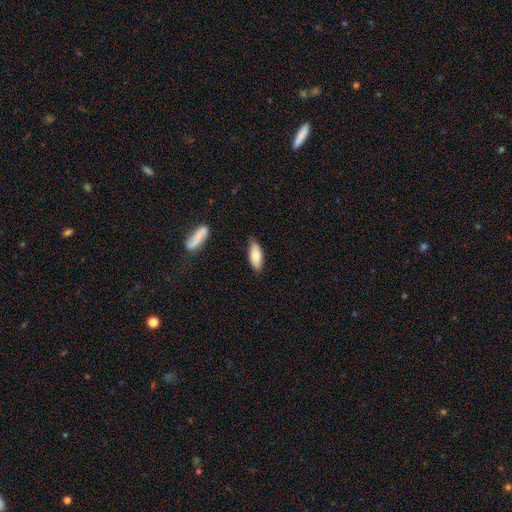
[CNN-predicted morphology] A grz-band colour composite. It shows a smooth galaxy with no disk features (80%) that is in between round and cigar-shaped (78%). Merging: none (82%).